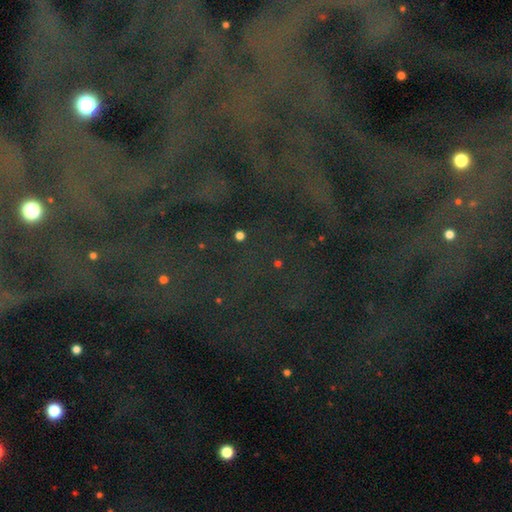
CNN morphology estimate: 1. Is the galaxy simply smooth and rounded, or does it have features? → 78% star or artifact, 13% featured or disk, 9% smooth.